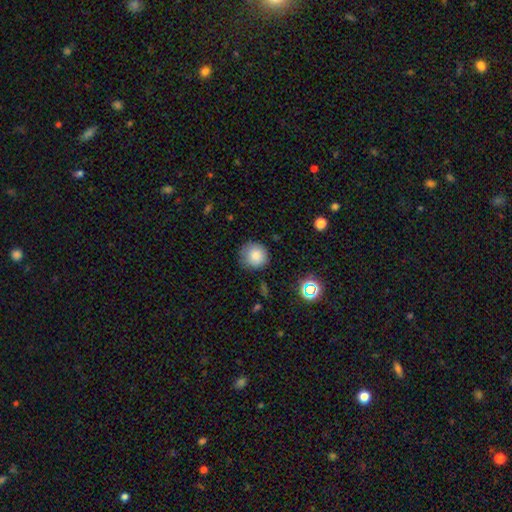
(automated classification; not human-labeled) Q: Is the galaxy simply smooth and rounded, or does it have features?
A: smooth — 82%.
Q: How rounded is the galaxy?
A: round — 93%.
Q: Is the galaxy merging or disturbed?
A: none — 81%.